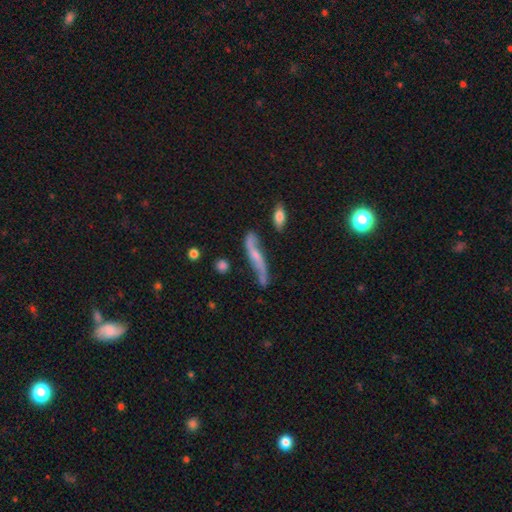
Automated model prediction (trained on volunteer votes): Smooth or featured? Predicted: featured or disk (p=0.74). Edge-on disk? Predicted: no (p=0.67). Merging? Predicted: none (p=0.58).